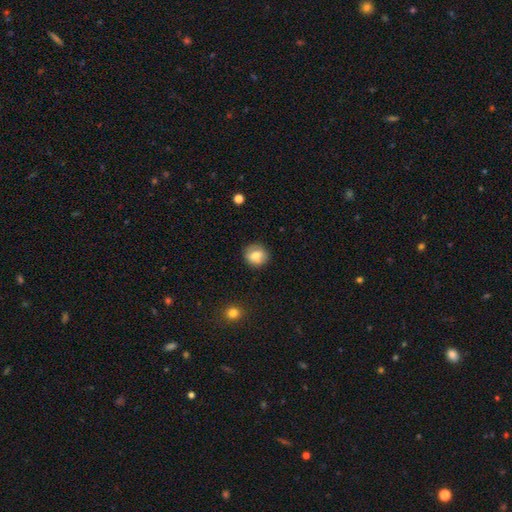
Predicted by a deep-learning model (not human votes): smooth-or-featured: smooth: 72% | featured or disk: 19% | star or artifact: 9%
  how-rounded: round: 85% | in between: 14% | cigar-shaped: 1%
  merging: none: 86% | minor disturbance: 10% | major disturbance: 3% | merger: 2%